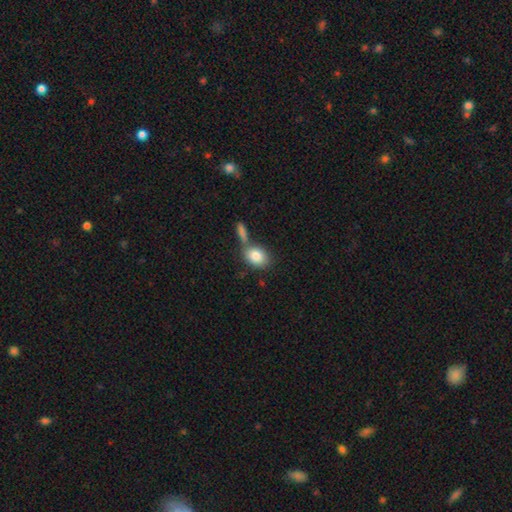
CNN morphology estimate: A smooth galaxy with no disk features (83%) that is in between round and cigar-shaped (71%).

Vote fractions:
- Smooth or featured? smooth: 83% / featured or disk: 9% / star or artifact: 7%
- How rounded? in between: 71% / round: 27% / cigar-shaped: 2%
- Merging? none: 54% / merger: 29% / minor disturbance: 13% / major disturbance: 5%